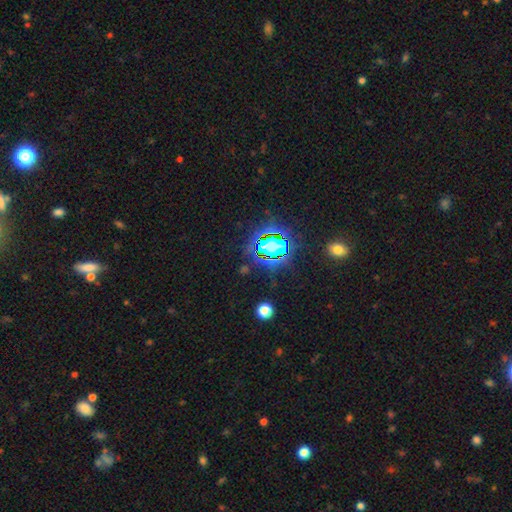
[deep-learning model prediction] Morphology: type=star or artifact (80%).